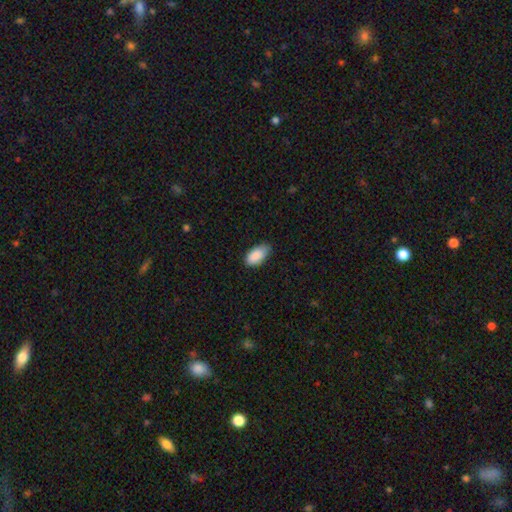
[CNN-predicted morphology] Q: Smooth or featured?
A: smooth (89%); runner-up: star or artifact (7%)
Q: How rounded?
A: in between (94%); runner-up: cigar-shaped (3%)
Q: Merging?
A: none (66%); runner-up: minor disturbance (29%)